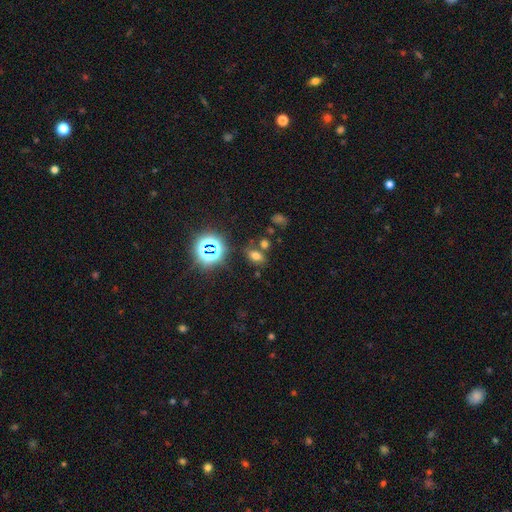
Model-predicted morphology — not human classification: This is likely a smooth galaxy (60%). How rounded: clearly in between (81%). Merging: likely none (70%).